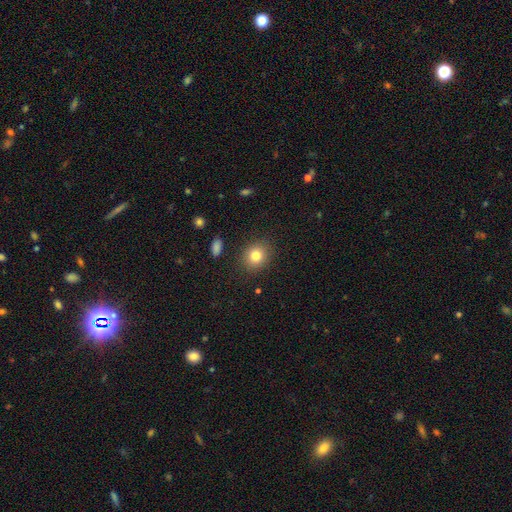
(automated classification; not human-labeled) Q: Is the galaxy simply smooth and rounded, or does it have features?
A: smooth — 81%.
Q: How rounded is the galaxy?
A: round — 72%.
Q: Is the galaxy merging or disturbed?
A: none — 88%.